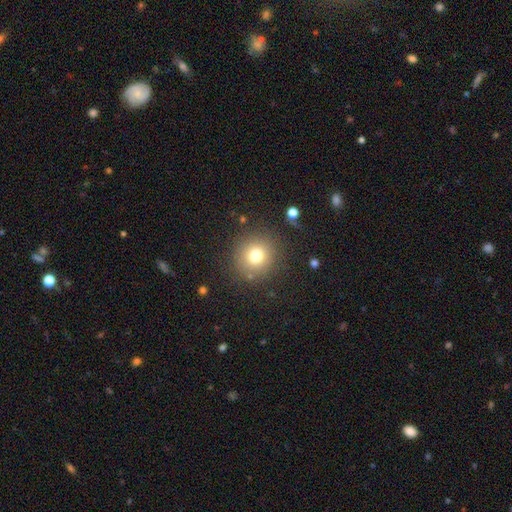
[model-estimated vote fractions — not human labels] Q: Smooth or featured?
A: smooth (75%); runner-up: star or artifact (15%)
Q: How rounded?
A: round (94%); runner-up: in between (5%)
Q: Merging?
A: none (86%); runner-up: minor disturbance (8%)